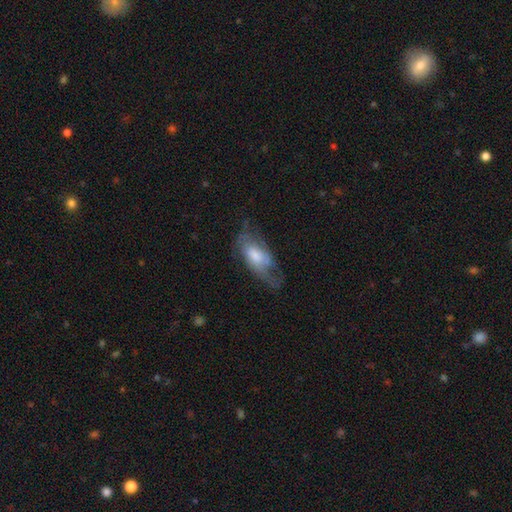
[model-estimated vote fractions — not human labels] This appears to be a featured or disk galaxy (57%) with no bar (63%), spiral arms (76%) and a moderate central bulge (40%). Merging: none (44%).